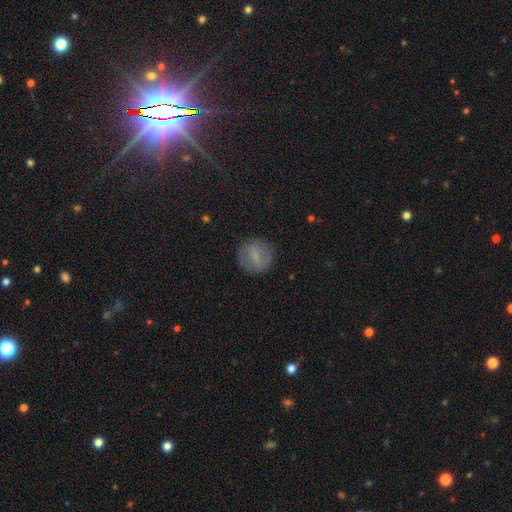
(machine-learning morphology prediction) Smooth or featured: smooth — 58% (featured or disk — 33%)
How rounded: round — 89% (in between — 10%)
Merging: none — 82% (minor disturbance — 12%)